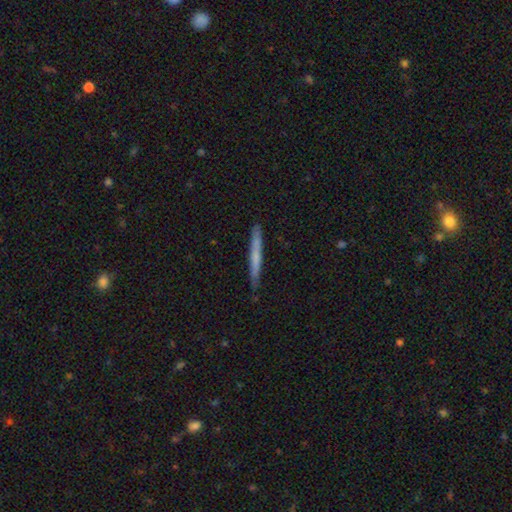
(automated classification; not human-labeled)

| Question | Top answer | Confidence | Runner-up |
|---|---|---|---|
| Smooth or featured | smooth | 58% | featured or disk (36%) |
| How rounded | cigar-shaped | 97% | in between (2%) |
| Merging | none | 88% | minor disturbance (9%) |